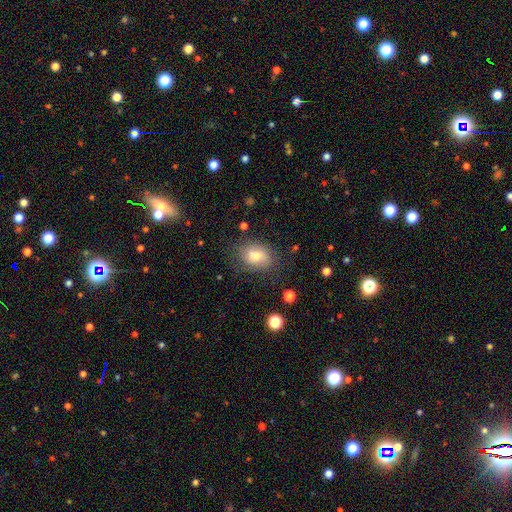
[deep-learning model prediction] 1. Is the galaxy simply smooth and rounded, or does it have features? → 66% smooth, 23% featured or disk, 11% star or artifact.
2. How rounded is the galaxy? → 68% in between, 31% round, 1% cigar-shaped.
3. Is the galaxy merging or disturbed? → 71% none, 19% minor disturbance, 7% major disturbance, 3% merger.